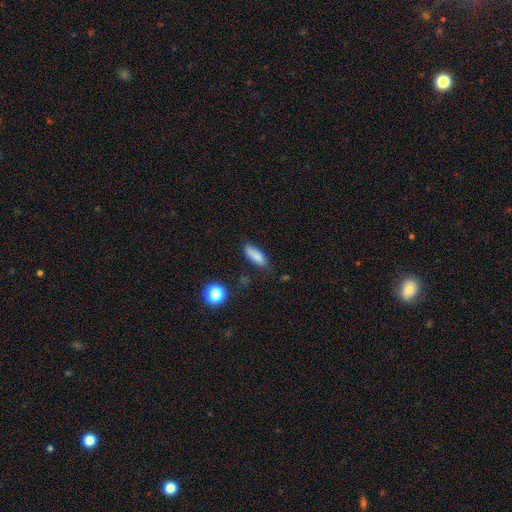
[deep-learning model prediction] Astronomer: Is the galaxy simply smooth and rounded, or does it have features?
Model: smooth — 84%.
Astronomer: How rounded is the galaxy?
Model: in between — 62%.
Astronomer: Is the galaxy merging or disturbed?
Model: none — 73%.